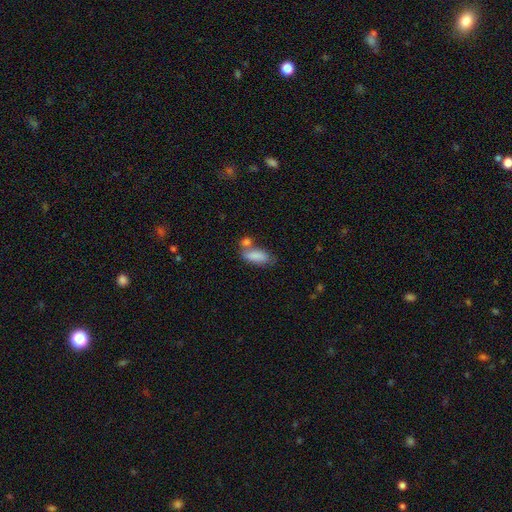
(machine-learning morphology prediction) Smooth or featured? Predicted: smooth (p=0.83). How rounded? Predicted: in between (p=0.79). Merging? Predicted: none (p=0.41).